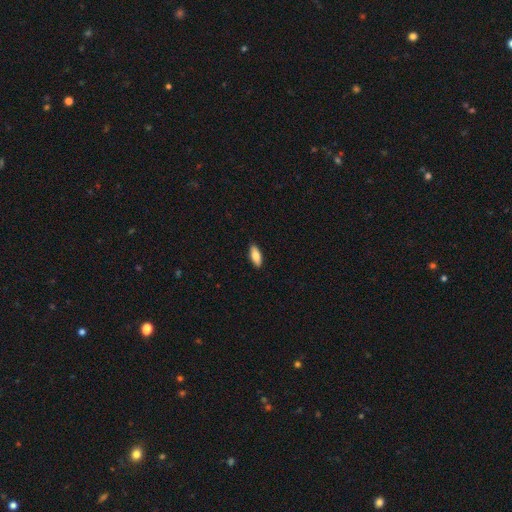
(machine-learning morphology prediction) smooth-or-featured: smooth: 78% | featured or disk: 16% | star or artifact: 6%
  how-rounded: in between: 77% | cigar-shaped: 21% | round: 2%
  merging: none: 90% | minor disturbance: 7% | major disturbance: 1% | merger: 1%